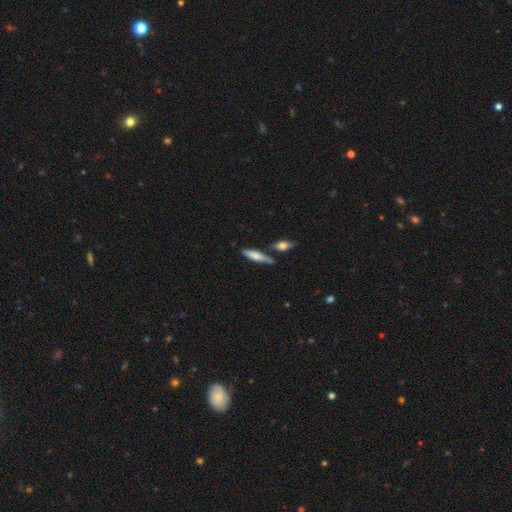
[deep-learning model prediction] smooth 66%, featured or disk 28%, star or artifact 6%. Down the decision tree: how rounded — cigar-shaped (67%); merging — none (66%).